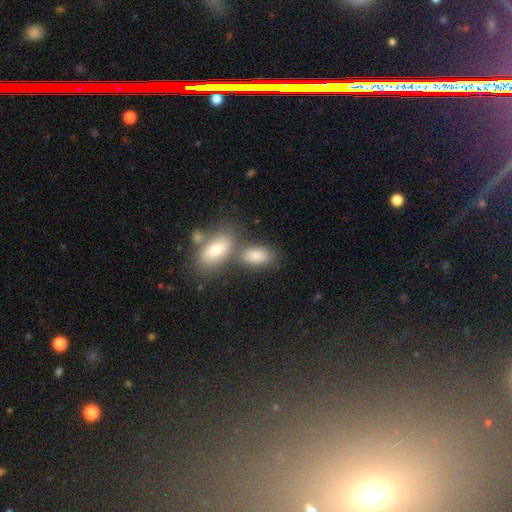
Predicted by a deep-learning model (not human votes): Smooth or featured? Predicted: smooth (p=0.84). How rounded? Predicted: in between (p=0.90). Merging? Predicted: none (p=0.51).